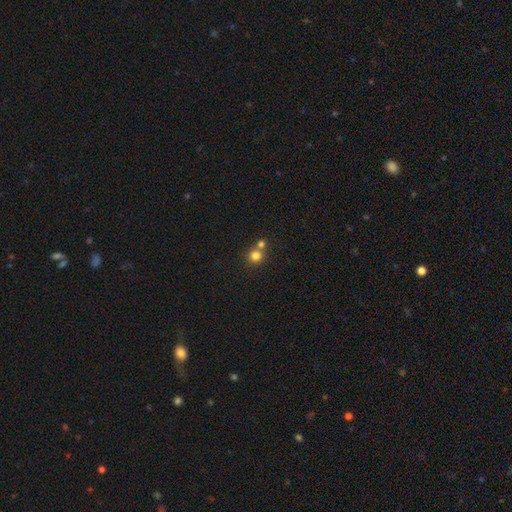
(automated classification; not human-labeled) Smooth or featured: smooth — 80% (star or artifact — 13%)
How rounded: round — 90% (in between — 9%)
Merging: none — 53% (merger — 39%)